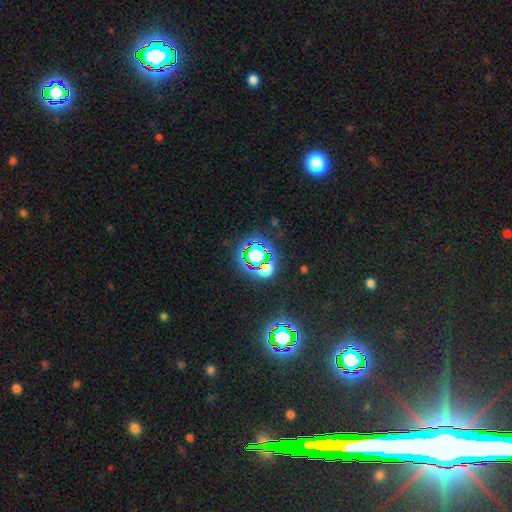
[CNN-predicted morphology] Smooth or featured? star or artifact (71%)